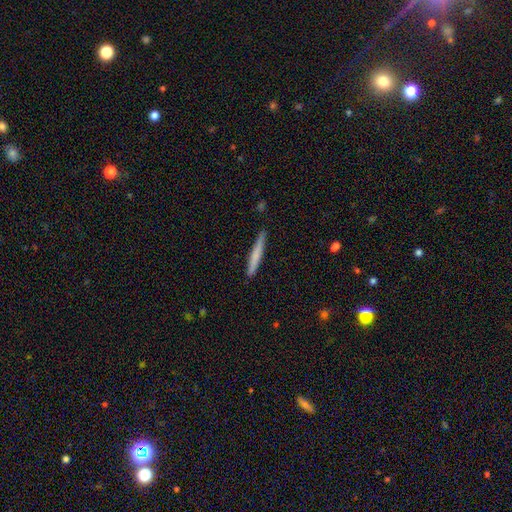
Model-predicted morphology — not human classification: The model was most divided on "smooth or featured": smooth: 65%, featured or disk: 29%, star or artifact: 6%. More confident: how rounded — cigar-shaped (96%); merging — none (89%).